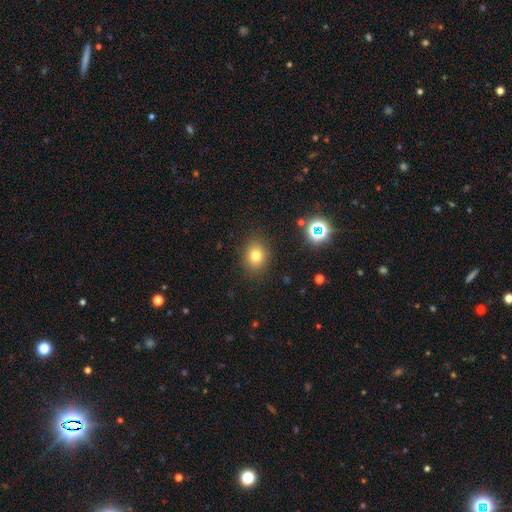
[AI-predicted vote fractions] Smooth or featured? Predicted: smooth (p=0.75). How rounded? Predicted: round (p=0.59). Merging? Predicted: none (p=0.86).